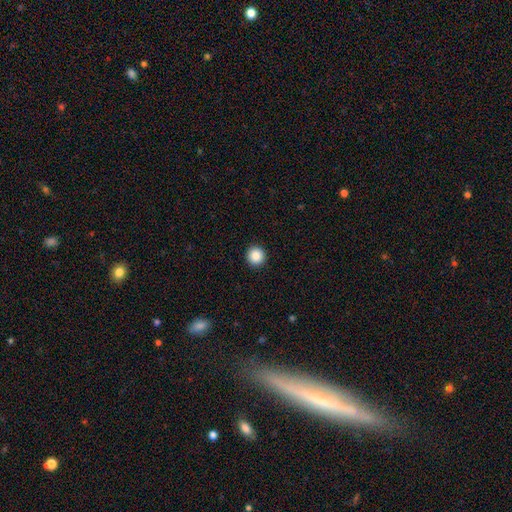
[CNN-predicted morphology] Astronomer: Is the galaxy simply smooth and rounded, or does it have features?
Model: smooth — 86%.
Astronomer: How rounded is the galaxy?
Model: round — 95%.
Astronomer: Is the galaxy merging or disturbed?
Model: none — 94%.